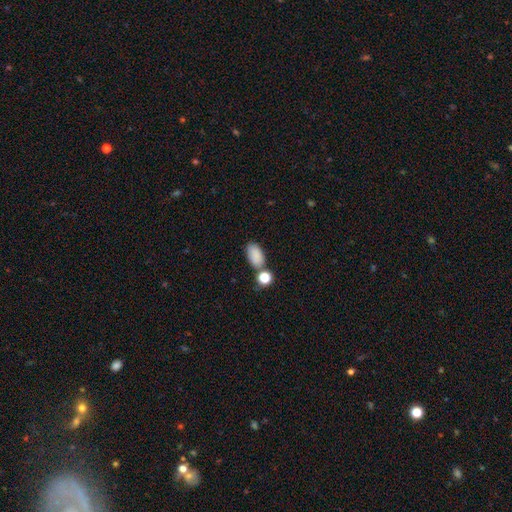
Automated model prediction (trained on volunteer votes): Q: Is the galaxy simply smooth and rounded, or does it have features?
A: smooth — 85%.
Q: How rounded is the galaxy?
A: in between — 91%.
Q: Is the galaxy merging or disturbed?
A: none — 64%.